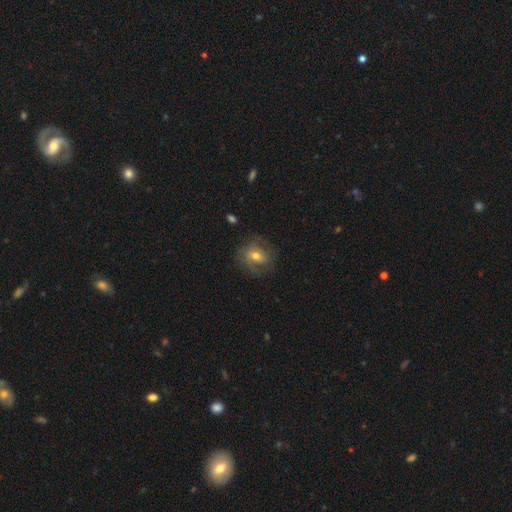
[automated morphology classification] A smooth galaxy with no disk features (46%).

Vote fractions:
- Smooth or featured? smooth: 46% / featured or disk: 45% / star or artifact: 9%
- Merging? none: 72% / minor disturbance: 18% / major disturbance: 9% / merger: 1%